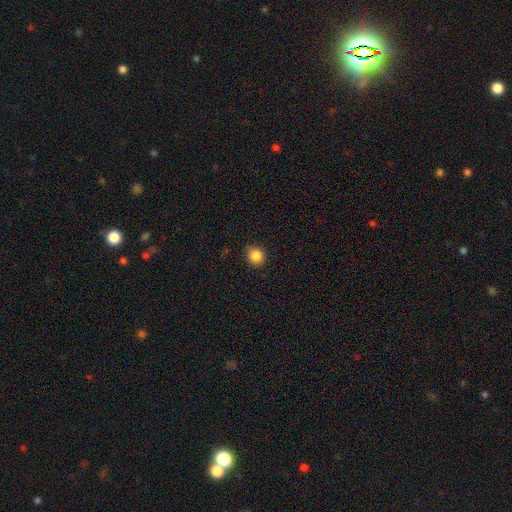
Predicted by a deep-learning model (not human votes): Overall: smooth (86%). How rounded: round (84%). Merging: none (85%).